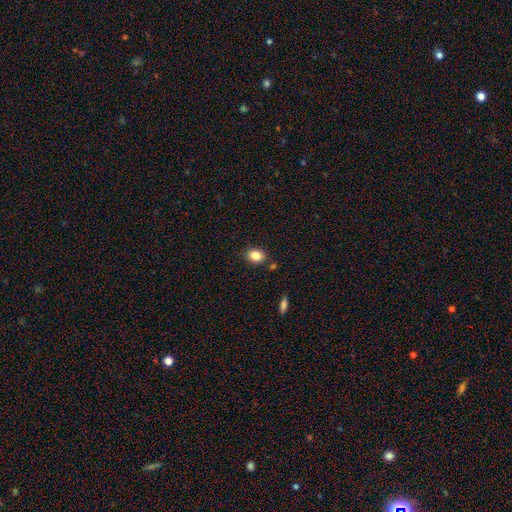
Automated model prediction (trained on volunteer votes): Smooth or featured?
  - smooth: 84% *
  - star or artifact: 10%
  - featured or disk: 6%
How rounded?
  - in between: 56% *
  - round: 43%
  - cigar-shaped: 1%
Merging?
  - none: 83% *
  - minor disturbance: 10%
  - merger: 4%
  - major disturbance: 2%